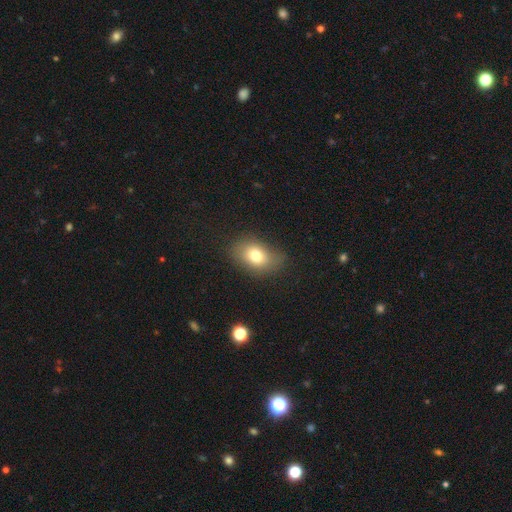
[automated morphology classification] A smooth galaxy with no disk features (76%) that is in between round and cigar-shaped (77%).

Vote fractions:
- Smooth or featured? smooth: 76% / featured or disk: 13% / star or artifact: 11%
- How rounded? in between: 77% / round: 22% / cigar-shaped: 1%
- Merging? none: 76% / minor disturbance: 17% / major disturbance: 6% / merger: 1%